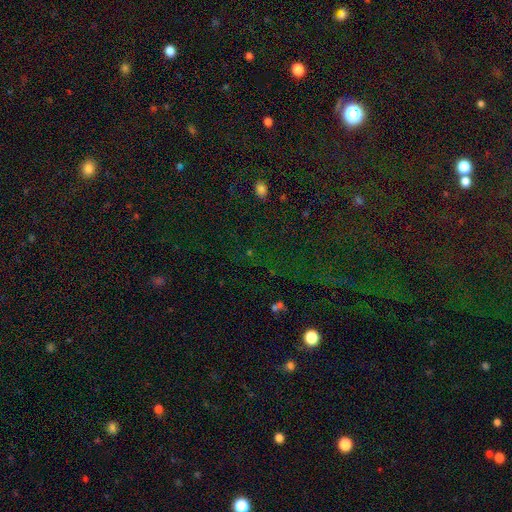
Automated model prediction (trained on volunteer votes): Overall: star or artifact (74%).